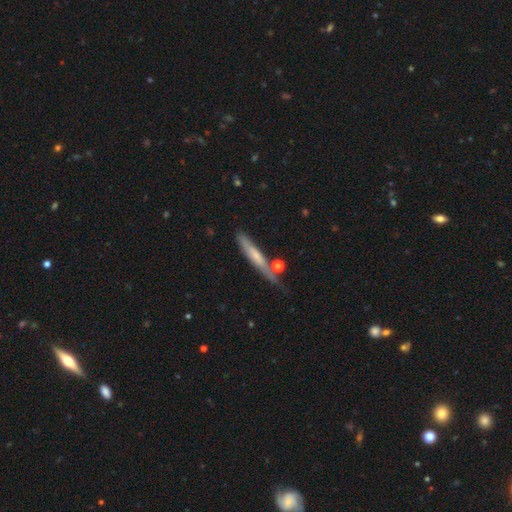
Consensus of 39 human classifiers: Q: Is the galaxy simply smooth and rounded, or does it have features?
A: featured or disk — 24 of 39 (62%).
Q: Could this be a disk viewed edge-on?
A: yes — 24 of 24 (100%).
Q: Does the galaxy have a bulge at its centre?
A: rounded — 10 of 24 (42%).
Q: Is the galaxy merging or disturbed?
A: minor disturbance — 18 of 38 (47%).